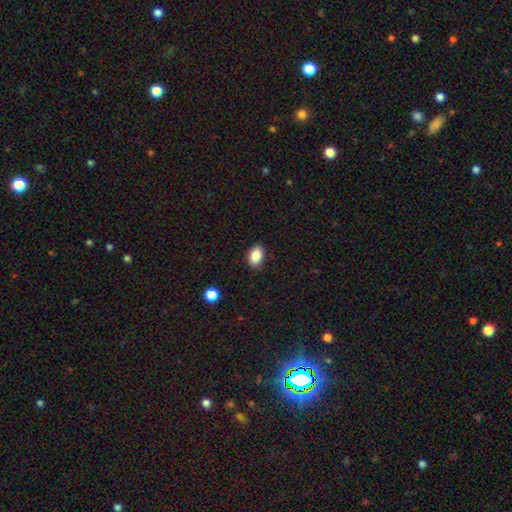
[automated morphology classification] A smooth galaxy with no disk features (88%) that is in between round and cigar-shaped (88%). Merging: none (86%).